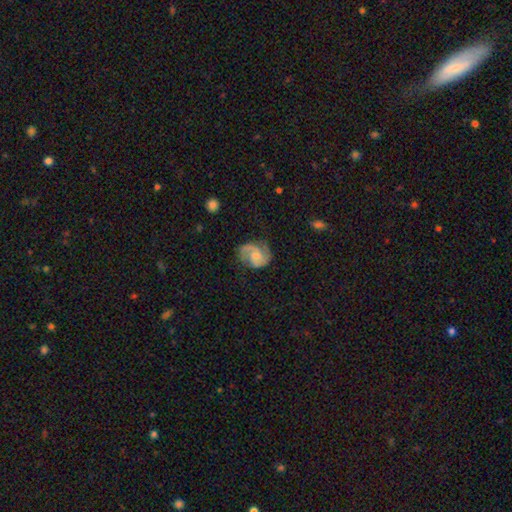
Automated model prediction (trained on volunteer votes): Overall: featured or disk (81%). Edge-on disk: no (98%). Bar: no (60%; weak 35%). Spiral arms: yes (96%). Spiral arm count: 2 (85%). Spiral winding: medium (53%; tight 26%). Bulge size: small (51%; moderate 36%). Merging: none (67%).